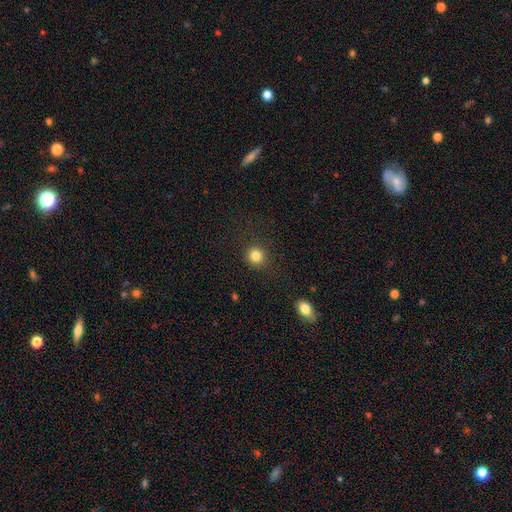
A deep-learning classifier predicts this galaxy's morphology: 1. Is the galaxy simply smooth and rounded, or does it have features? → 83% smooth, 12% star or artifact, 5% featured or disk.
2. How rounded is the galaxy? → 92% round, 7% in between, 1% cigar-shaped.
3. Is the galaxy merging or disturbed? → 88% none, 7% minor disturbance, 3% major disturbance, 1% merger.